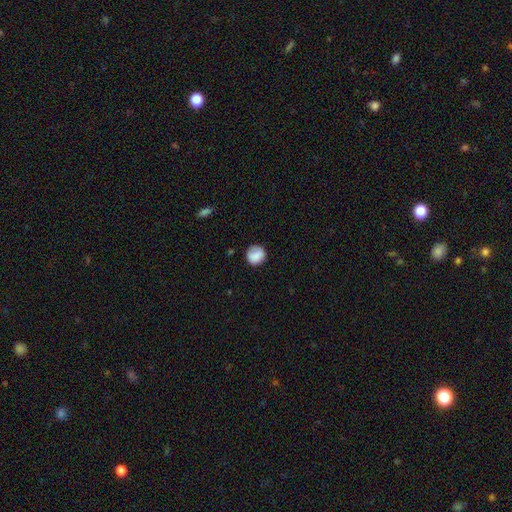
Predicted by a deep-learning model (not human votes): A smooth galaxy with no disk features (84%) that is round (88%).

Vote fractions:
- Smooth or featured? smooth: 84% / star or artifact: 8% / featured or disk: 8%
- How rounded? round: 88% / in between: 11% / cigar-shaped: 1%
- Merging? none: 79% / minor disturbance: 16% / major disturbance: 4% / merger: 2%